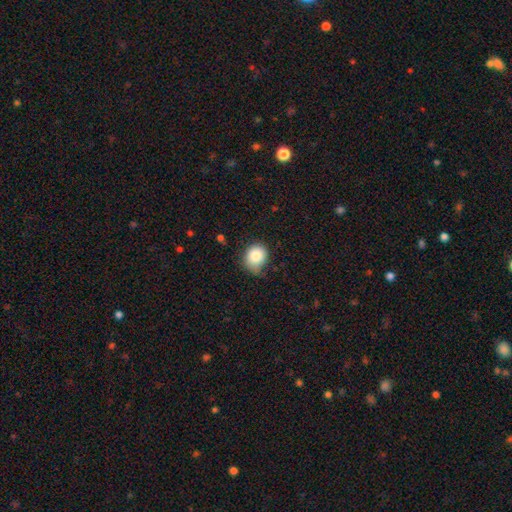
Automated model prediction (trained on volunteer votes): The model was most divided on "how rounded": round: 62%, in between: 37%, cigar-shaped: 1%. More confident: smooth or featured — smooth (84%); merging — none (59%).